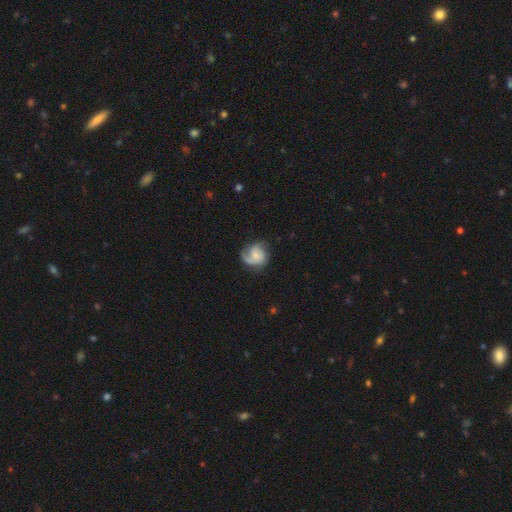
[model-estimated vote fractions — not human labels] Smooth or featured?
  - featured or disk: 69% *
  - smooth: 25%
  - star or artifact: 7%
Edge-on disk?
  - no: 98% *
  - yes: 2%
Bar?
  - no: 69% *
  - weak: 27%
  - strong: 4%
Spiral arms?
  - yes: 94% *
  - no: 6%
Spiral winding?
  - medium: 44% *
  - tight: 32%
  - loose: 24%
Spiral arm count?
  - 2: 43% *
  - 1: 29%
  - 3: 14%
  - can't tell: 10%
  - 4: 2%
  - more than 4: 2%
Bulge size?
  - small: 52% *
  - moderate: 30%
  - none: 13%
  - large: 3%
  - dominant: 1%
Merging?
  - none: 63% *
  - minor disturbance: 22%
  - major disturbance: 14%
  - merger: 2%